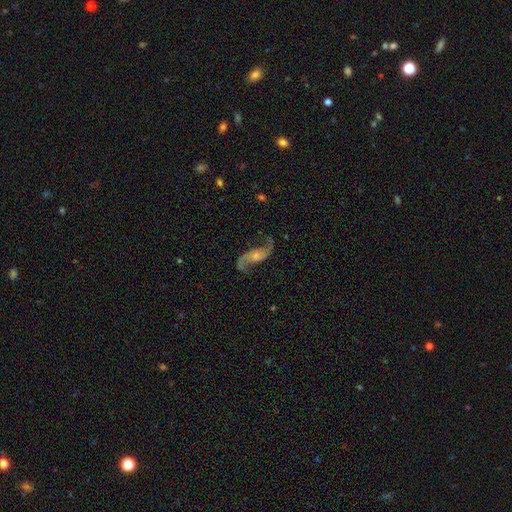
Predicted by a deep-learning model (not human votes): featured or disk 86%, smooth 8%, star or artifact 6%. Down the decision tree: edge-on disk — no (96%); bar — no (60%); spiral arms — yes (96%); spiral arm count — 2 (93%); spiral winding — loose (80%); bulge size — small (48%); merging — none (72%).